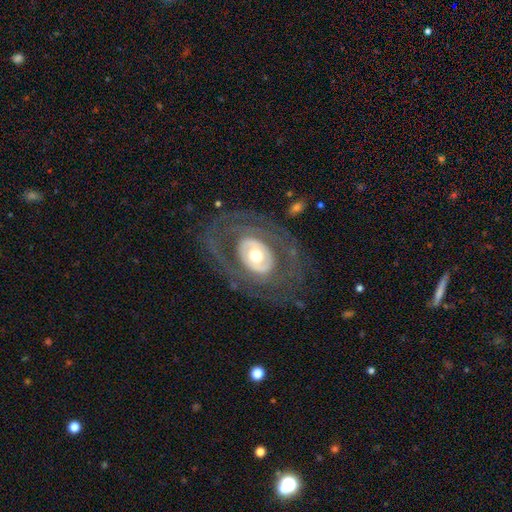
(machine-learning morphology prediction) smooth-or-featured: featured or disk: 76% | smooth: 19% | star or artifact: 5%
  disk-edge-on: no: 94% | yes: 6%
    bar: no: 76% | weak: 16% | strong: 9%
    has-spiral-arms: yes: 53% | no: 47%
    bulge-size: moderate: 64% | large: 23% | small: 10% | dominant: 3% | none: 1%
  merging: none: 72% | major disturbance: 14% | minor disturbance: 13% | merger: 1%